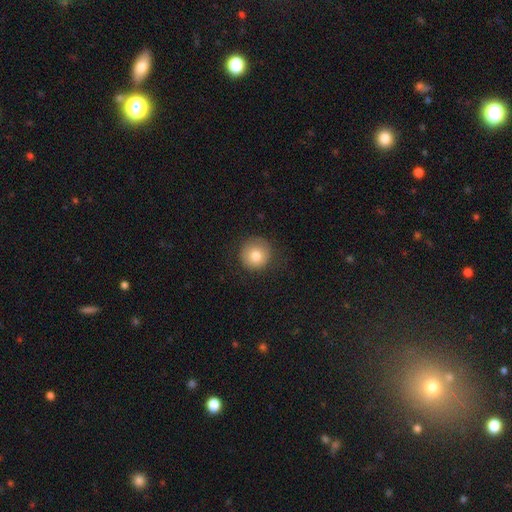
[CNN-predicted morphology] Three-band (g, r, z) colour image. It shows a smooth galaxy with no disk features (79%) that is round (93%). Merging: none (82%).